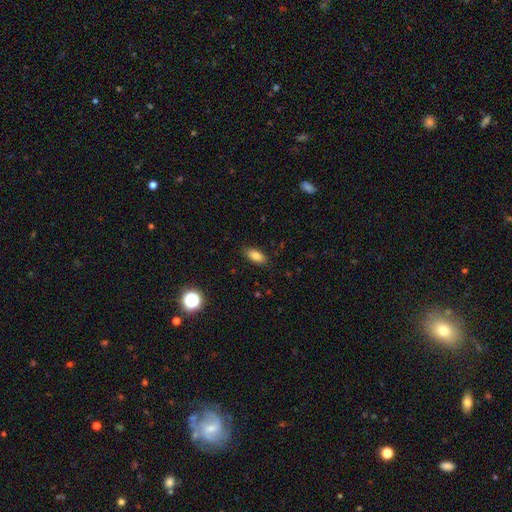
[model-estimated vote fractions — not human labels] The model was most divided on "smooth or featured": smooth: 83%, star or artifact: 9%, featured or disk: 8%. More confident: how rounded — in between (88%); merging — none (87%).